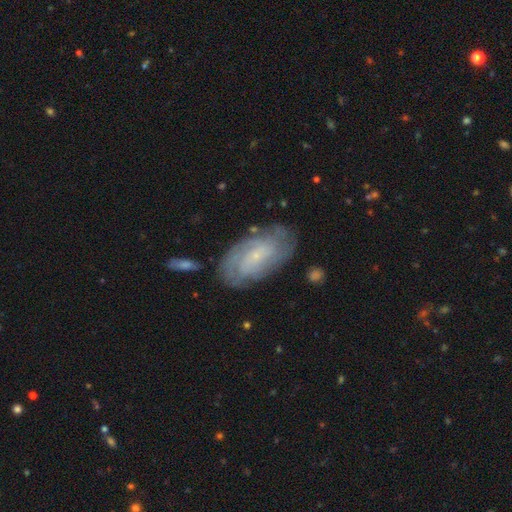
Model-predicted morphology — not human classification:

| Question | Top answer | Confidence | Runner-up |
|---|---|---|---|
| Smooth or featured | featured or disk | 69% | smooth (23%) |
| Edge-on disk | no | 94% | yes (6%) |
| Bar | no | 57% | weak (36%) |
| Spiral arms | yes | 89% | no (11%) |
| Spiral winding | tight | 64% | medium (28%) |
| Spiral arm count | can't tell | 50% | 2 (20%) |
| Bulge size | small | 76% | moderate (14%) |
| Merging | none | 77% | minor disturbance (16%) |